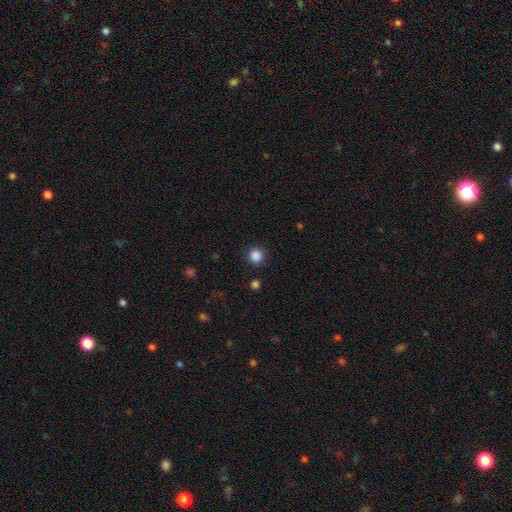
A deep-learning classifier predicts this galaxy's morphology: The model was most divided on "smooth or featured": smooth: 86%, star or artifact: 11%, featured or disk: 3%. More confident: how rounded — round (92%); merging — none (90%).